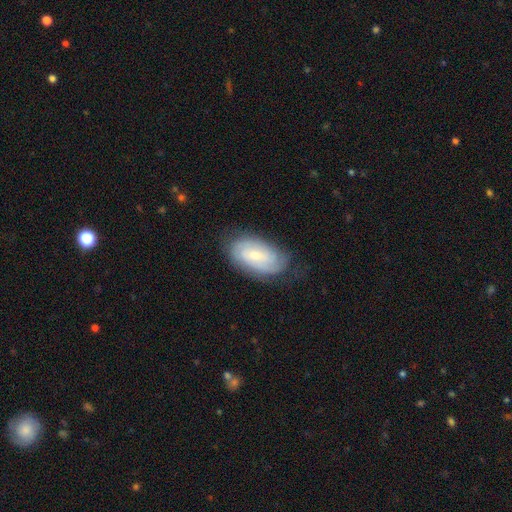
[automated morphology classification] Smooth or featured: featured or disk — 54% (smooth — 40%)
Edge-on disk: no — 94% (yes — 6%)
Bar: no — 46% (weak — 43%)
Spiral arms: yes — 82% (no — 18%)
Bulge size: small — 52% (moderate — 41%)
Merging: none — 69% (minor disturbance — 22%)